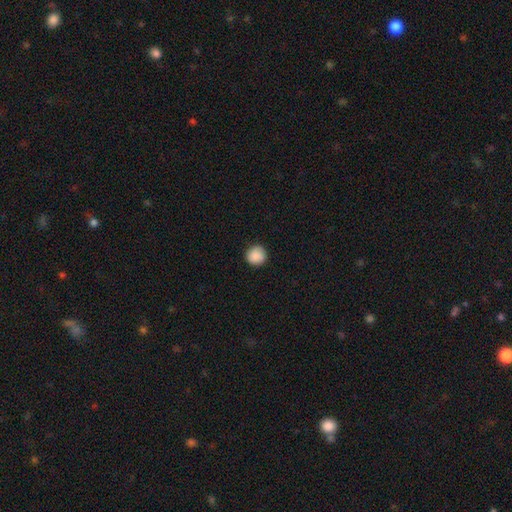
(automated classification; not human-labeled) smooth_or_featured: smooth (p=0.89) [alt: star or artifact p=0.08]
how_rounded: round (p=0.94) [alt: in between p=0.05]
merging: none (p=0.90) [alt: minor disturbance p=0.08]